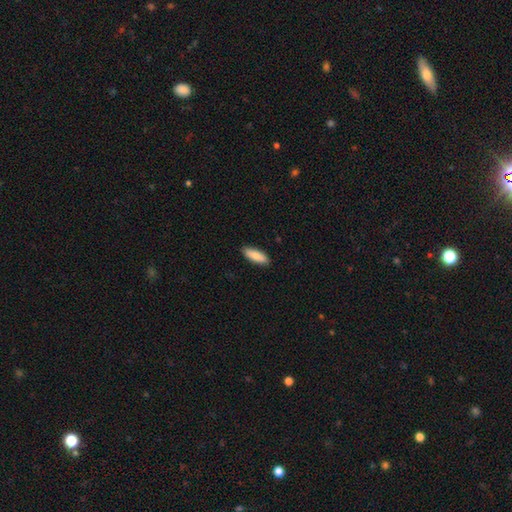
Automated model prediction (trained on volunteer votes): Smooth or featured?
  - smooth: 84% *
  - featured or disk: 10%
  - star or artifact: 5%
How rounded?
  - in between: 63% *
  - cigar-shaped: 35%
  - round: 2%
Merging?
  - none: 89% *
  - minor disturbance: 8%
  - major disturbance: 2%
  - merger: 1%